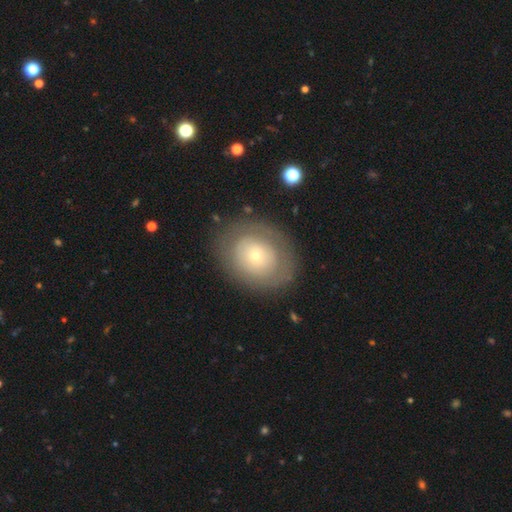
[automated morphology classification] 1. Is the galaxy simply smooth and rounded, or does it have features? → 52% smooth, 41% featured or disk, 8% star or artifact.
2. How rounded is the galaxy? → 53% round, 46% in between, 1% cigar-shaped.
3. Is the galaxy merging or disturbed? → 80% none, 13% minor disturbance, 6% major disturbance, 1% merger.